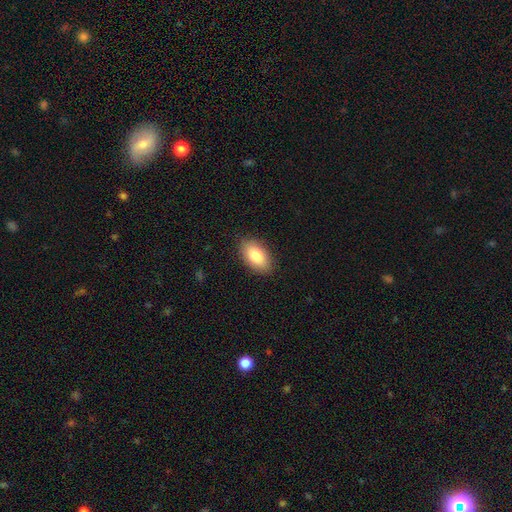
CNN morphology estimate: A smooth galaxy with no disk features (83%) that is in between round and cigar-shaped (93%).

Vote fractions:
- Smooth or featured? smooth: 83% / featured or disk: 10% / star or artifact: 7%
- How rounded? in between: 93% / round: 4% / cigar-shaped: 2%
- Merging? none: 87% / minor disturbance: 10% / major disturbance: 2% / merger: 1%